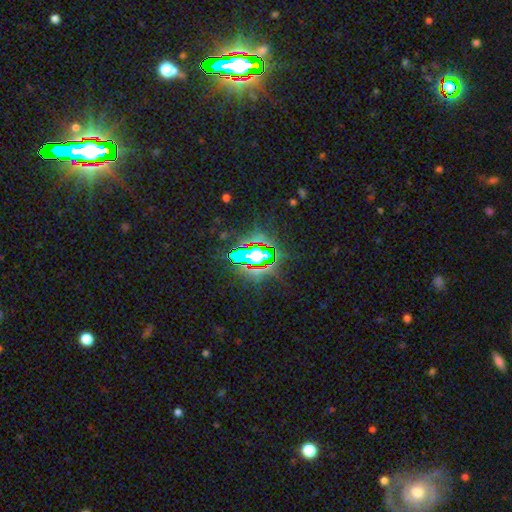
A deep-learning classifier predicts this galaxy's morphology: Overall: star or artifact (69%).